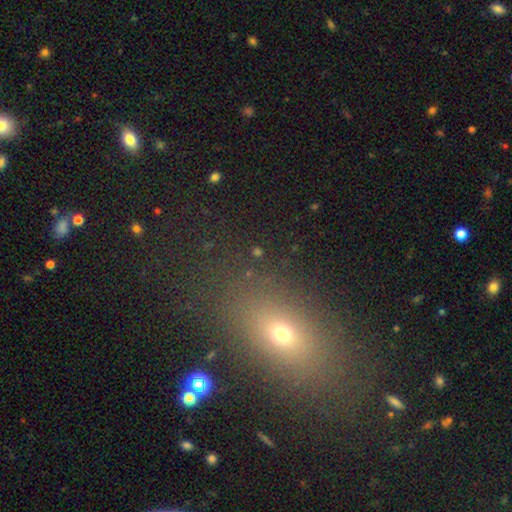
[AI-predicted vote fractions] Morphology: type=smooth (56%); roundness=in between (64%); merging=none (81%).